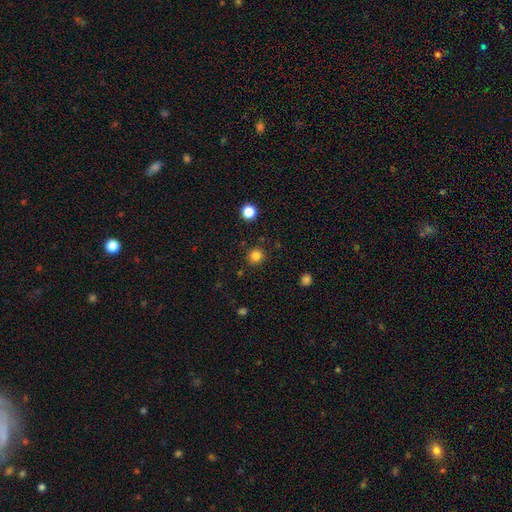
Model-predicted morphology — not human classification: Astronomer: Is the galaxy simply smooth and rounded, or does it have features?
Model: smooth — 82%.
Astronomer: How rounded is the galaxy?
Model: round — 93%.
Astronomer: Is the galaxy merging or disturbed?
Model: none — 90%.